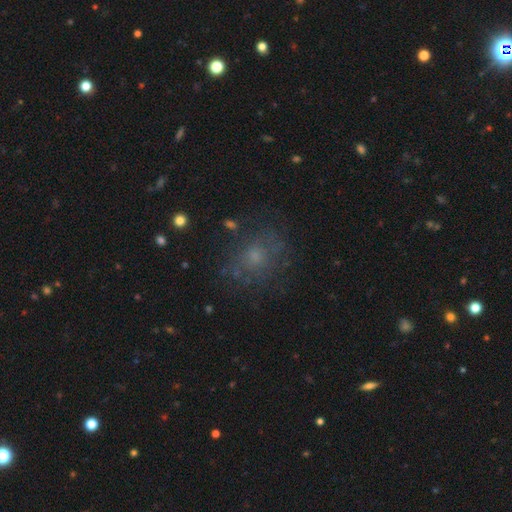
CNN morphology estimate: A smooth galaxy with no disk features (51%) that is round (68%).

Vote fractions:
- Smooth or featured? smooth: 51% / featured or disk: 29% / star or artifact: 20%
- How rounded? round: 68% / in between: 31% / cigar-shaped: 1%
- Merging? none: 70% / minor disturbance: 17% / major disturbance: 11% / merger: 2%